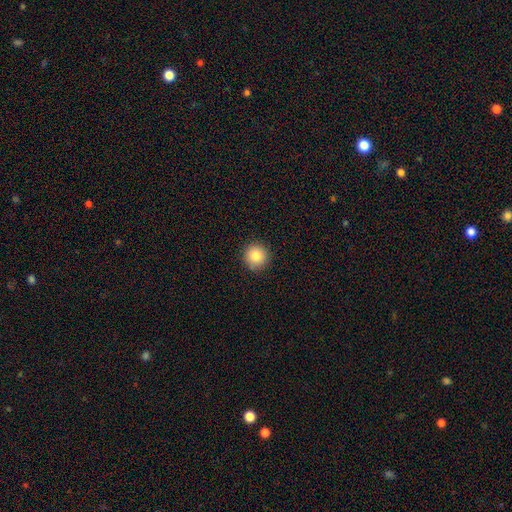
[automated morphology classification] Smooth or featured? smooth (85%)
How rounded? round (95%)
Merging? none (91%)